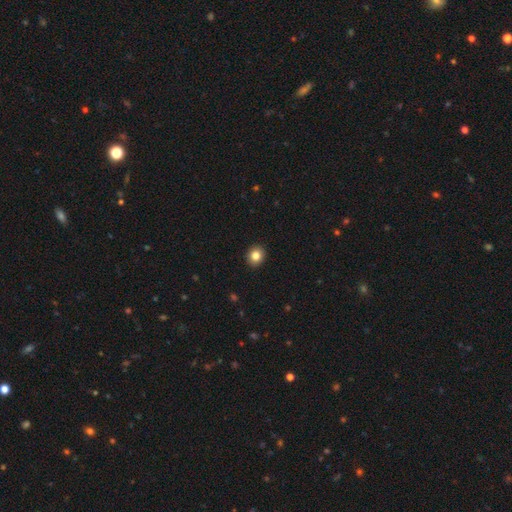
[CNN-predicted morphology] smooth-or-featured: smooth: 84% | star or artifact: 10% | featured or disk: 6%
  how-rounded: round: 79% | in between: 21% | cigar-shaped: 1%
  merging: none: 92% | minor disturbance: 5% | major disturbance: 1% | merger: 1%